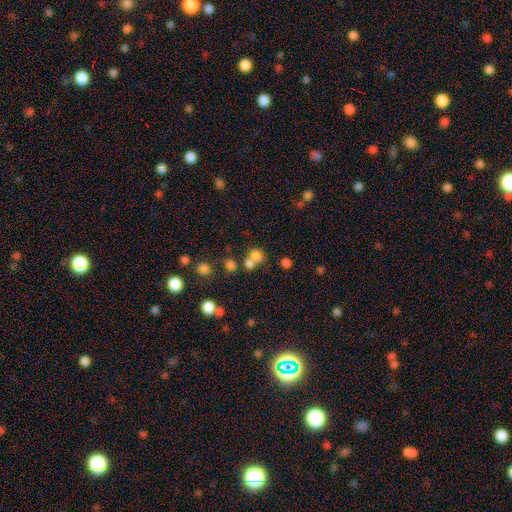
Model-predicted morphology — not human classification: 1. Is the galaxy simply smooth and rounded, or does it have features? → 62% smooth, 23% star or artifact, 15% featured or disk.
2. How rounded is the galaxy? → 70% round, 29% in between, 1% cigar-shaped.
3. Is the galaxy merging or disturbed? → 49% merger, 37% none, 8% minor disturbance, 6% major disturbance.